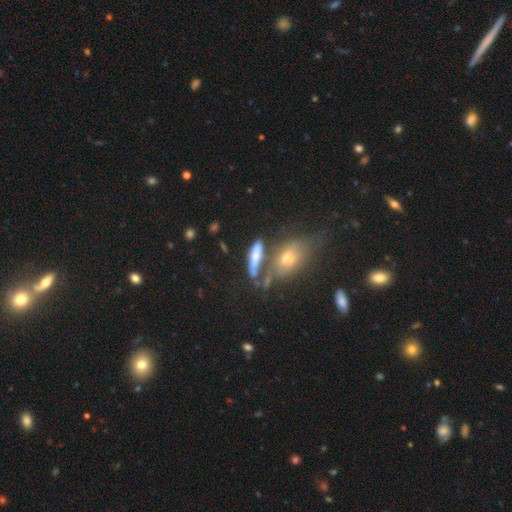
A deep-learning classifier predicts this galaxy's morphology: Q: Smooth or featured?
A: smooth (60%); runner-up: featured or disk (29%)
Q: How rounded?
A: cigar-shaped (51%); runner-up: in between (44%)
Q: Merging?
A: none (43%); runner-up: merger (31%)